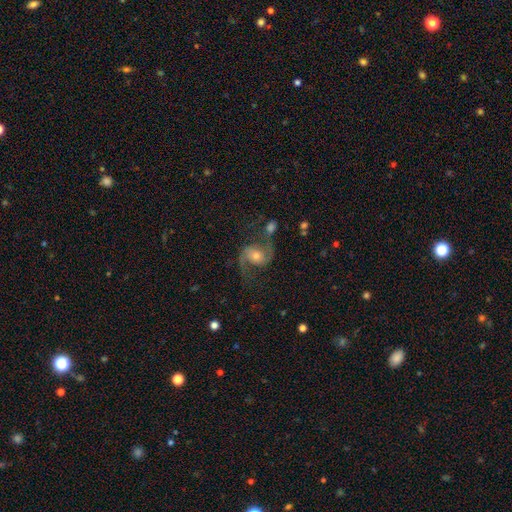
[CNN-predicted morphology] smooth_or_featured: featured or disk (p=0.85) [alt: smooth p=0.07]
disk_edge_on: no (p=0.98) [alt: yes p=0.02]
bar: no (p=0.54) [alt: weak p=0.34]
has_spiral_arms: yes (p=0.96) [alt: no p=0.04]
spiral_winding: loose (p=0.50) [alt: medium p=0.42]
spiral_arm_count: 2 (p=0.92) [alt: 1 p=0.02]
bulge_size: moderate (p=0.55) [alt: small p=0.36]
merging: none (p=0.64) [alt: minor disturbance p=0.15]